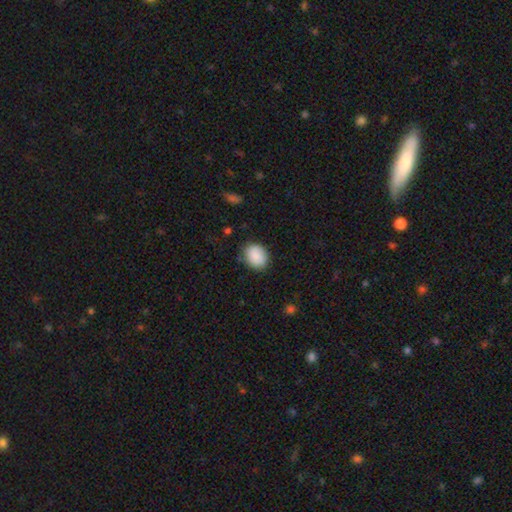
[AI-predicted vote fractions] Smooth or featured: smooth — 89% (star or artifact — 7%)
How rounded: in between — 55% (round — 45%)
Merging: none — 81% (minor disturbance — 14%)